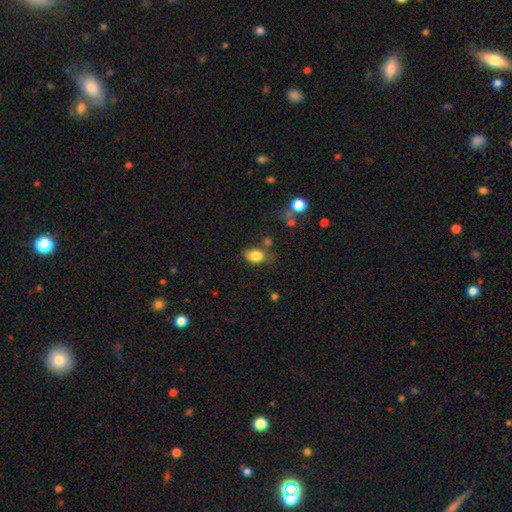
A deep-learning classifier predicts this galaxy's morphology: type=smooth (83%); roundness=in between (77%); merging=none (61%).